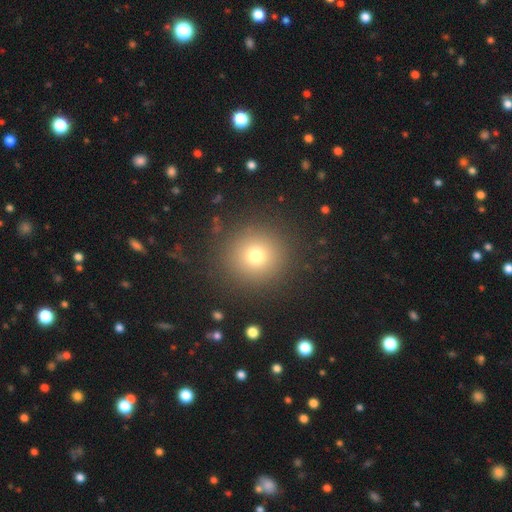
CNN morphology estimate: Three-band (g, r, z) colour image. It shows a smooth galaxy with no disk features (73%) that is round (94%). Merging: none (90%).